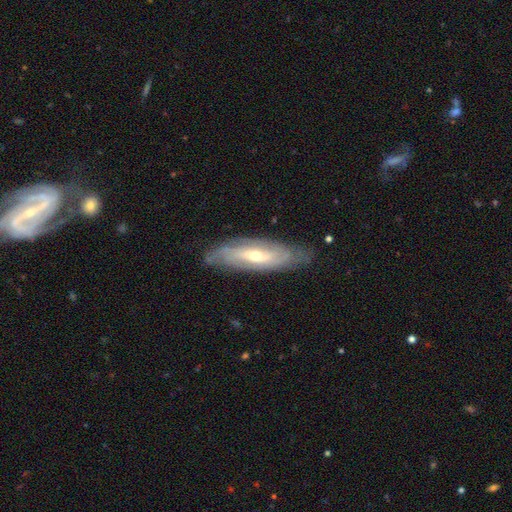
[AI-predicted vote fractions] Smooth or featured?
  - featured or disk: 75% *
  - smooth: 19%
  - star or artifact: 6%
Edge-on disk?
  - no: 74% *
  - yes: 26%
Bar?
  - no: 50% *
  - weak: 35%
  - strong: 15%
Spiral arms?
  - yes: 84% *
  - no: 16%
Bulge size?
  - small: 51% *
  - moderate: 45%
  - large: 2%
  - none: 1%
  - dominant: 1%
Merging?
  - none: 79% *
  - minor disturbance: 16%
  - major disturbance: 4%
  - merger: 1%